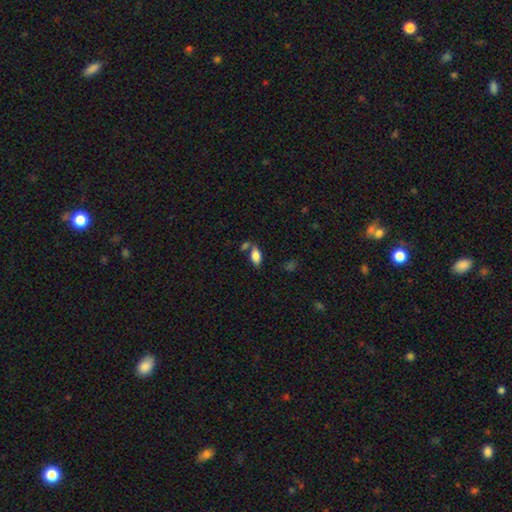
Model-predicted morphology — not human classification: The model was most divided on "merging": none: 61%, merger: 20%, minor disturbance: 14%, major disturbance: 5%. More confident: how rounded — in between (90%); smooth or featured — smooth (82%).